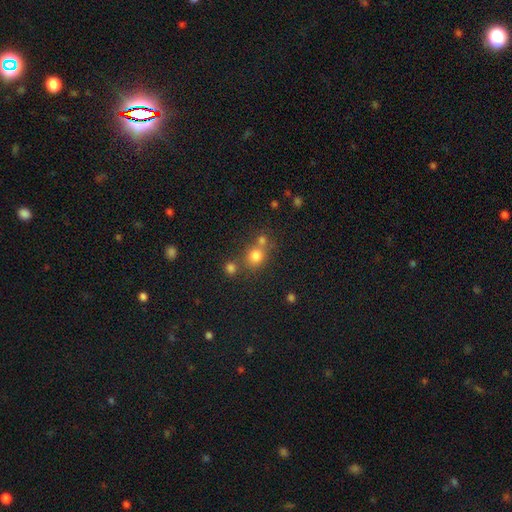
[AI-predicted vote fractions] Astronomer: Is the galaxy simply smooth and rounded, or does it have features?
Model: smooth — 76%.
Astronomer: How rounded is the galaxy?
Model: round — 81%.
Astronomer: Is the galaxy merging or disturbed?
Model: none — 56%.